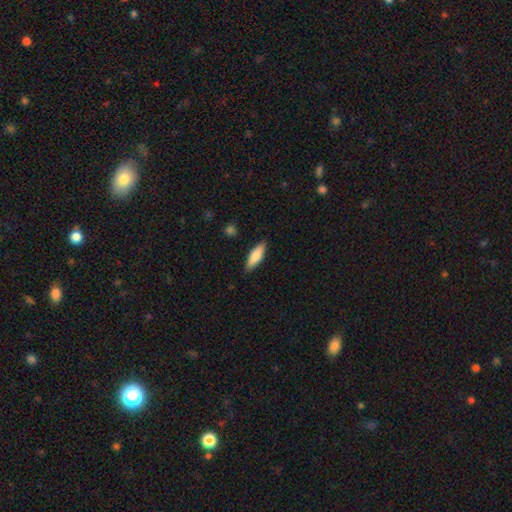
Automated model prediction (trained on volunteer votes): Smooth or featured? Predicted: smooth (p=0.77). How rounded? Predicted: in between (p=0.50). Merging? Predicted: none (p=0.87).